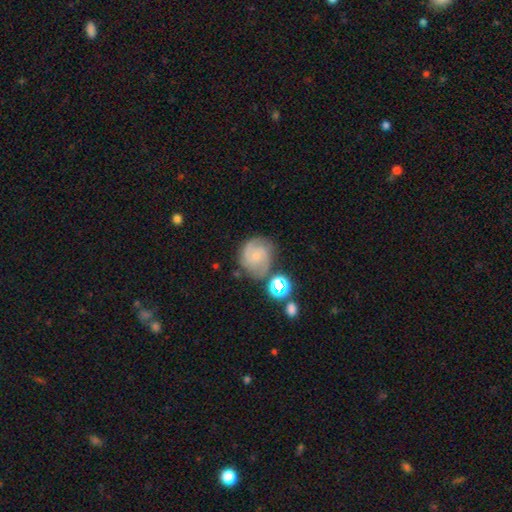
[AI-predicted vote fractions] Smooth or featured? Predicted: featured or disk (p=0.66). Edge-on disk? Predicted: no (p=0.98). Bar? Predicted: no (p=0.65). Spiral arms? Predicted: yes (p=0.93). Spiral winding? Predicted: tight (p=0.45). Spiral arm count? Predicted: 2 (p=0.55). Bulge size? Predicted: small (p=0.66). Merging? Predicted: none (p=0.65).